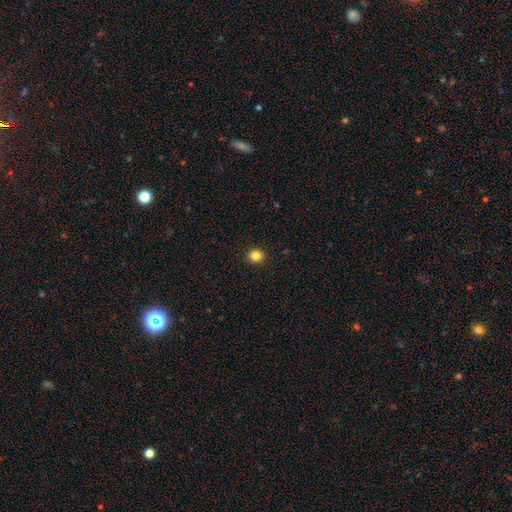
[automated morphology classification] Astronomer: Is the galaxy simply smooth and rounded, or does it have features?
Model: smooth — 84%.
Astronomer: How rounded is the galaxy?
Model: round — 92%.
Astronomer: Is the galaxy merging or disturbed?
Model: none — 93%.